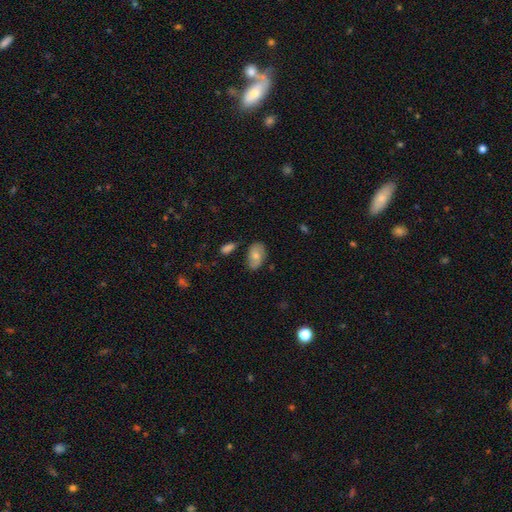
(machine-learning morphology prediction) This is likely a smooth galaxy (66%). How rounded: clearly in between (91%). Merging: likely none (70%).